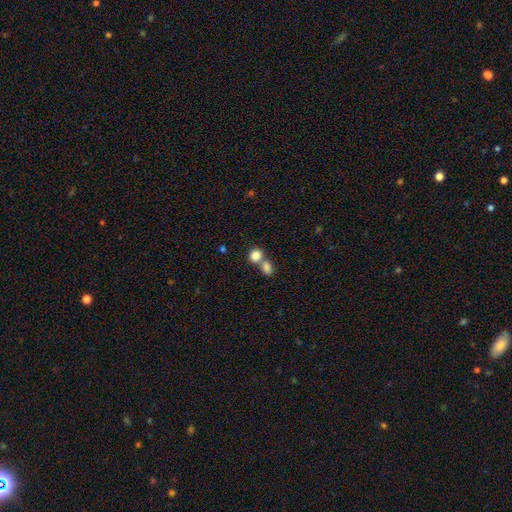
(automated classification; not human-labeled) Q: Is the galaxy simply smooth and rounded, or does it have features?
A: smooth — 83%.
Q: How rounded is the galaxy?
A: round — 69%.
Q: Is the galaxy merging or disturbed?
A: merger — 56%.